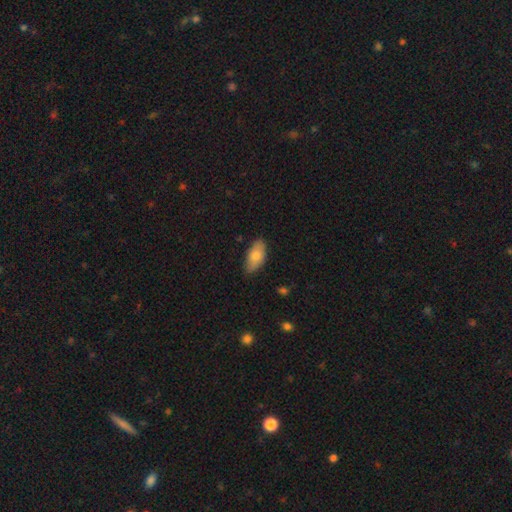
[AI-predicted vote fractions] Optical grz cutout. It shows a smooth galaxy with no disk features (79%) that is in between round and cigar-shaped (91%). Merging: none (79%).